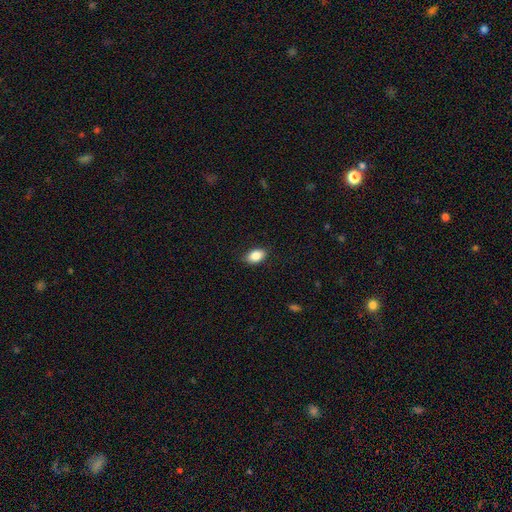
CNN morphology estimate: Smooth or featured? smooth (87%)
How rounded? in between (88%)
Merging? none (86%)